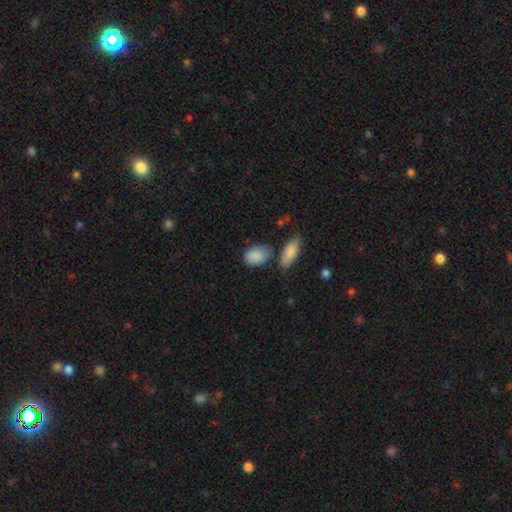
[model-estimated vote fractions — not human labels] Q: Smooth or featured?
A: smooth (88%); runner-up: star or artifact (6%)
Q: How rounded?
A: in between (85%); runner-up: round (13%)
Q: Merging?
A: none (60%); runner-up: minor disturbance (22%)